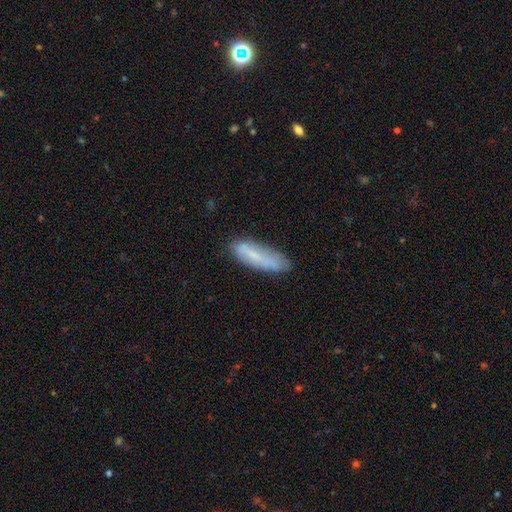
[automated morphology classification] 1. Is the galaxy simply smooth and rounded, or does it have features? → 62% smooth, 30% featured or disk, 8% star or artifact.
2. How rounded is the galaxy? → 56% cigar-shaped, 43% in between, 2% round.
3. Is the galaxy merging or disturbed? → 67% none, 23% minor disturbance, 7% major disturbance, 3% merger.